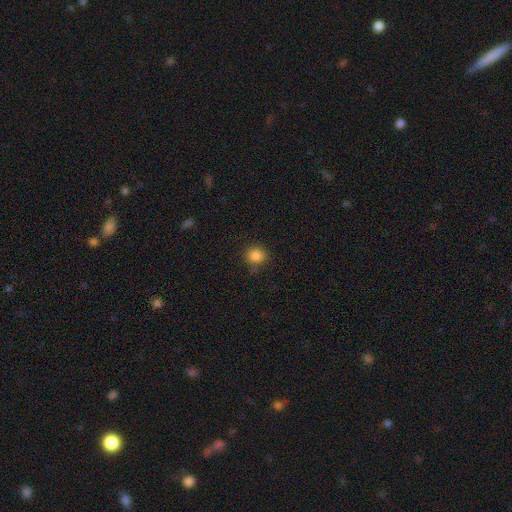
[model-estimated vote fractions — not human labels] Smooth or featured: smooth — 84% (star or artifact — 12%)
How rounded: round — 89% (in between — 10%)
Merging: none — 84% (minor disturbance — 12%)